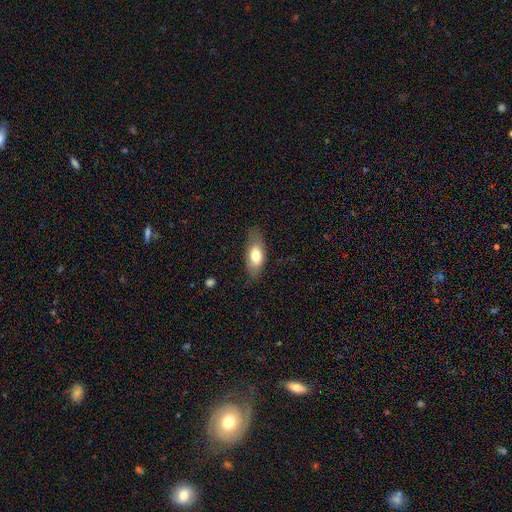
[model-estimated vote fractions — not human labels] Smooth or featured: smooth — 70% (featured or disk — 23%)
How rounded: in between — 79% (cigar-shaped — 16%)
Merging: none — 74% (minor disturbance — 19%)